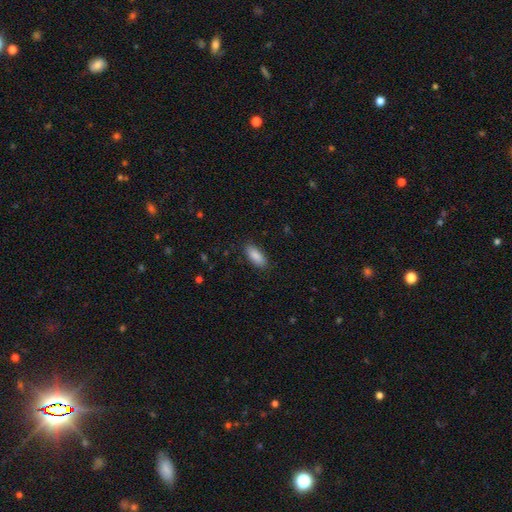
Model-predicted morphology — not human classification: smooth_or_featured: smooth (p=0.88) [alt: star or artifact p=0.06]
how_rounded: in between (p=0.82) [alt: cigar-shaped p=0.16]
merging: none (p=0.87) [alt: minor disturbance p=0.10]